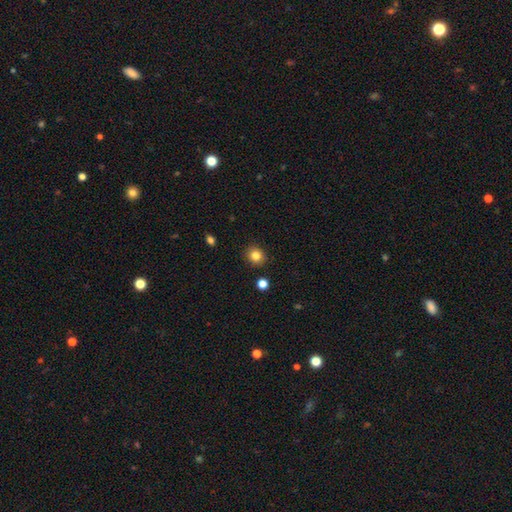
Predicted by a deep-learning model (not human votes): Smooth or featured? Predicted: smooth (p=0.83). How rounded? Predicted: round (p=0.79). Merging? Predicted: none (p=0.90).